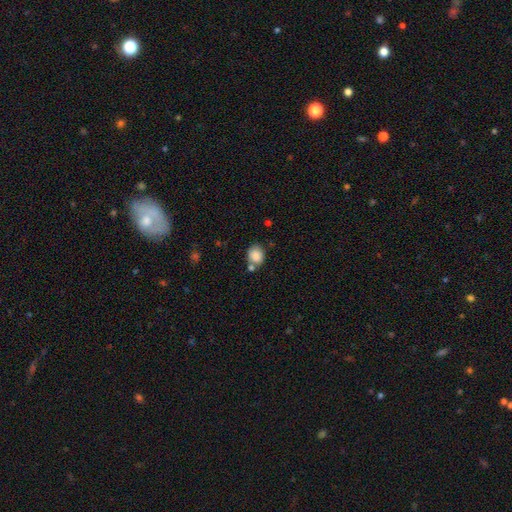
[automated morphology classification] Smooth or featured: smooth — 85% (star or artifact — 8%)
How rounded: round — 59% (in between — 40%)
Merging: none — 61% (merger — 19%)